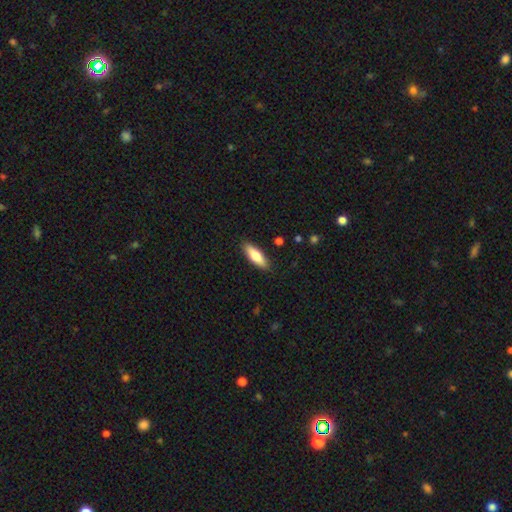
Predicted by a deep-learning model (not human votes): smooth 74%, featured or disk 21%, star or artifact 6%. Down the decision tree: how rounded — in between (55%); merging — none (88%).